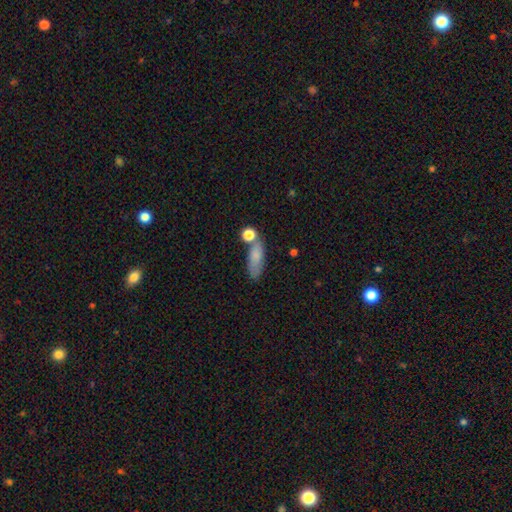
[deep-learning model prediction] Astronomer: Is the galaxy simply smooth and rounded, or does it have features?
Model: smooth — 78%.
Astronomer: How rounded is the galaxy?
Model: in between — 63%.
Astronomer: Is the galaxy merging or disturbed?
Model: none — 56%.